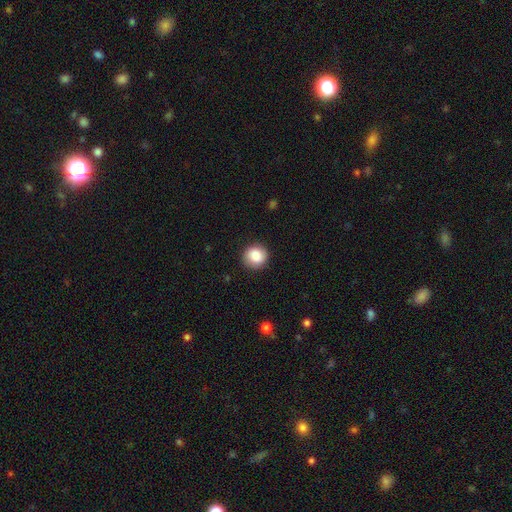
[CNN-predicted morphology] smooth 86%, star or artifact 8%, featured or disk 6%. Down the decision tree: how rounded — round (89%); merging — none (88%).